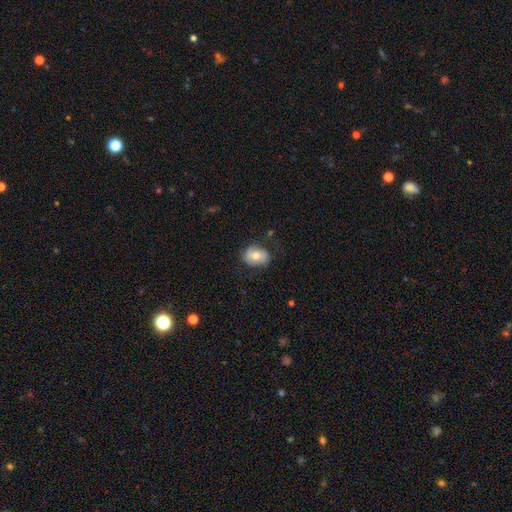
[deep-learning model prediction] Overall: smooth (63%; featured or disk 30%). How rounded: in between (58%; round 41%). Merging: none (69%).